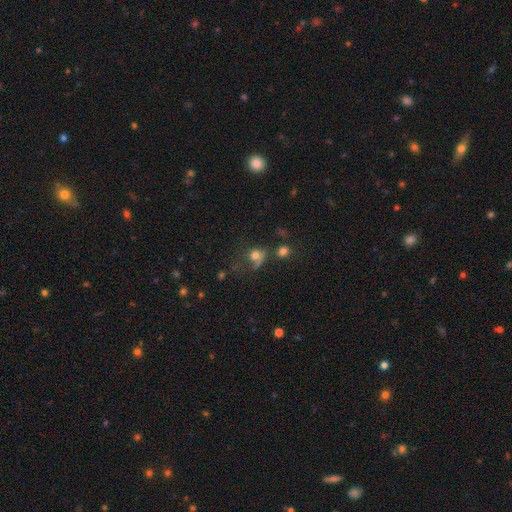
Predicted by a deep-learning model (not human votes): Smooth or featured? smooth (67%)
How rounded? round (70%)
Merging? major disturbance (34%)